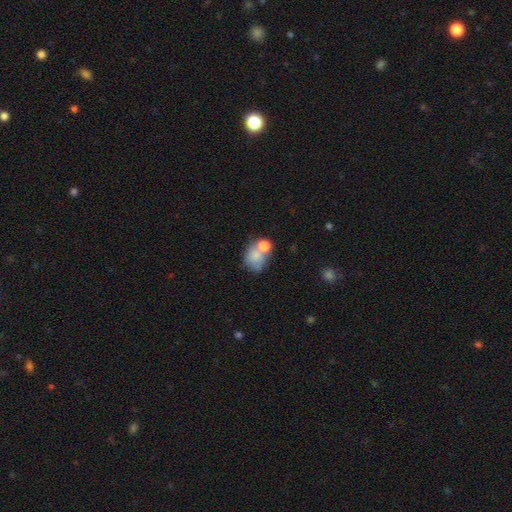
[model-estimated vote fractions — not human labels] The model was most divided on "merging": merger: 48%, none: 28%, minor disturbance: 14%, major disturbance: 10%. More confident: smooth or featured — smooth (74%); how rounded — in between (60%).